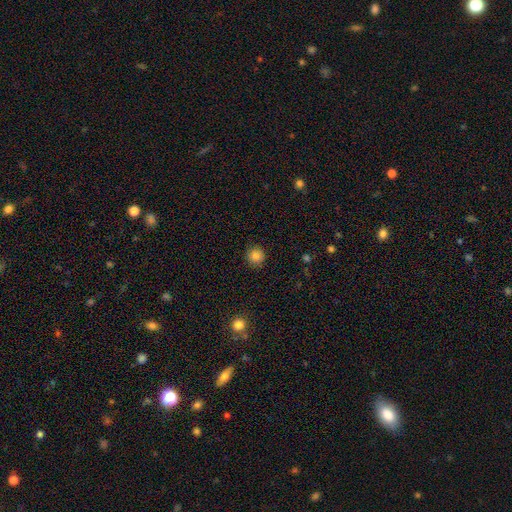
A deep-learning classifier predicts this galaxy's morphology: This is clearly a smooth galaxy (83%). How rounded: clearly round (94%). Merging: clearly none (90%).